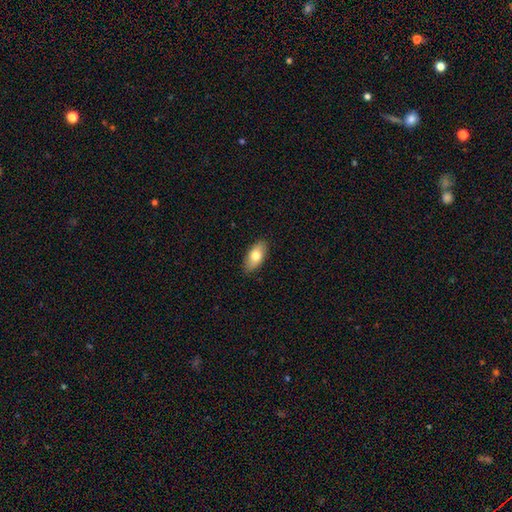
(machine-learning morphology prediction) This appears to be a smooth galaxy with no disk features (76%) that is in between round and cigar-shaped (90%). Merging: none (87%).